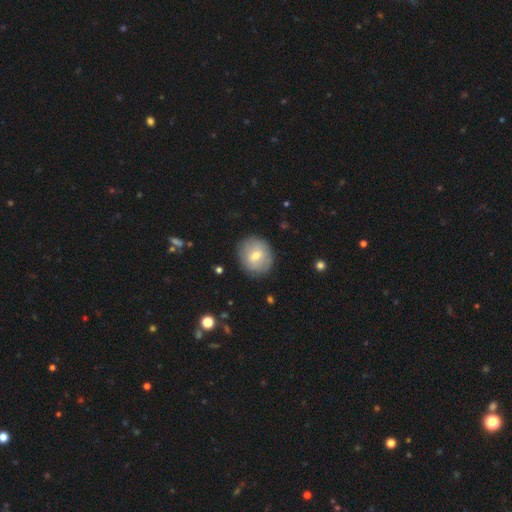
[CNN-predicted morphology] Smooth or featured: smooth — 64% (featured or disk — 29%)
How rounded: round — 82% (in between — 17%)
Merging: none — 85% (minor disturbance — 10%)